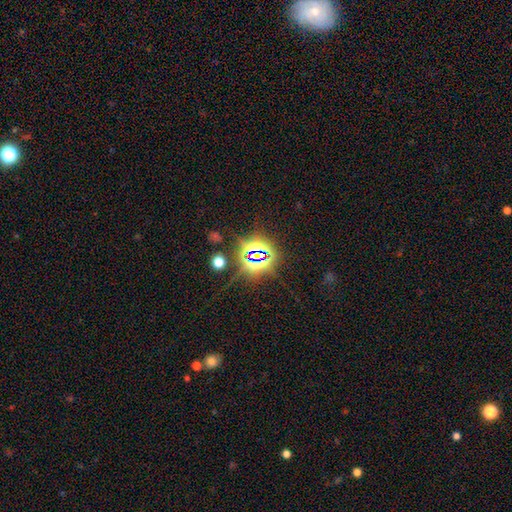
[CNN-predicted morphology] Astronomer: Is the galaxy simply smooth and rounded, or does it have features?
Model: star or artifact — 78%.